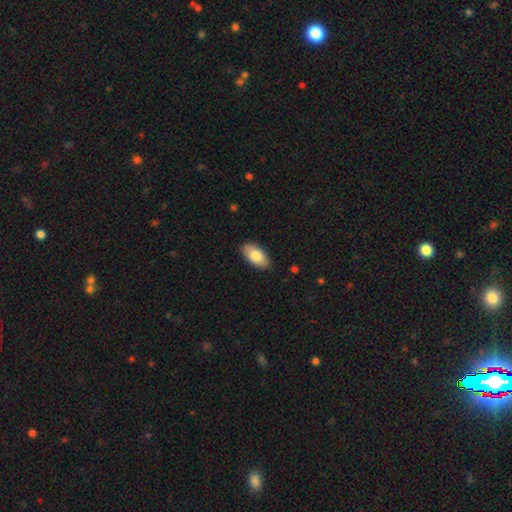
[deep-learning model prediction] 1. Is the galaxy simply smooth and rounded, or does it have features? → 81% smooth, 13% featured or disk, 6% star or artifact.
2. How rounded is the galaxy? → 94% in between, 3% cigar-shaped, 3% round.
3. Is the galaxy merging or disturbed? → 88% none, 10% minor disturbance, 2% major disturbance, 1% merger.